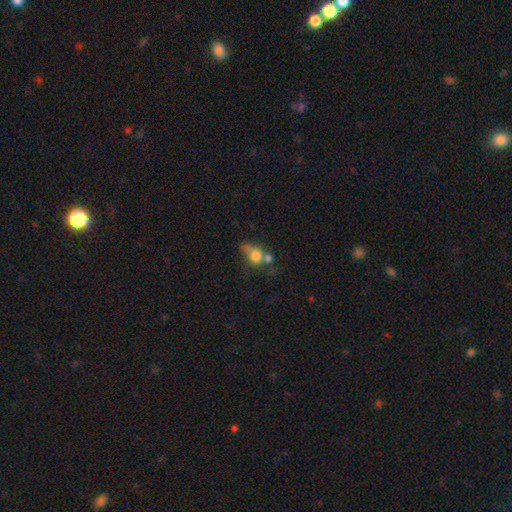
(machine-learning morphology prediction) The model was most divided on "how rounded": round: 59%, in between: 38%, cigar-shaped: 3%. Remaining: smooth or featured — smooth (69%); merging — merger (46%).